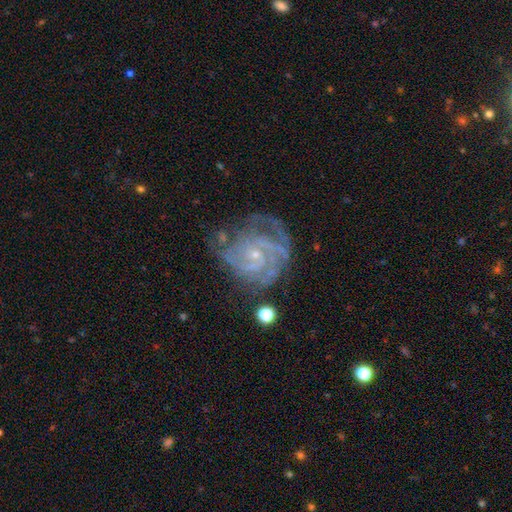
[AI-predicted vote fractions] smooth-or-featured: featured or disk: 87% | star or artifact: 8% | smooth: 6%
  disk-edge-on: no: 98% | yes: 2%
    bar: no: 63% | weak: 30% | strong: 7%
    has-spiral-arms: yes: 96% | no: 4%
      spiral-winding: tight: 64% | medium: 31% | loose: 6%
      spiral-arm-count: 3: 28% | can't tell: 24% | 2: 20% | 4: 15% | more than 4: 7% | 1: 6%
    bulge-size: small: 81% | moderate: 13% | none: 4% | large: 1% | dominant: 1%
  merging: none: 59% | minor disturbance: 22% | major disturbance: 15% | merger: 4%